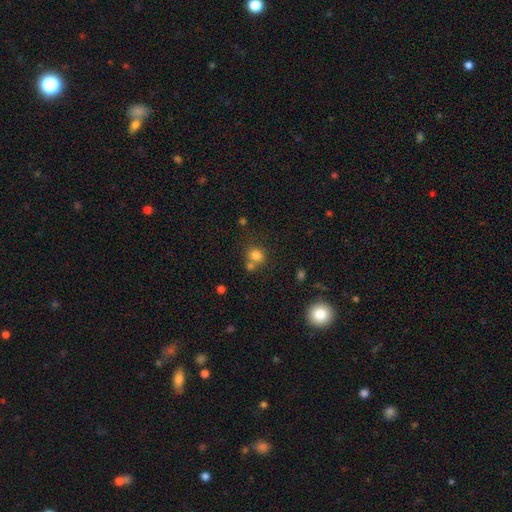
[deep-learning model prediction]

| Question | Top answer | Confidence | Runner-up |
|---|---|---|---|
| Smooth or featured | smooth | 79% | star or artifact (13%) |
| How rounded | round | 69% | in between (30%) |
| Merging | none | 53% | merger (31%) |